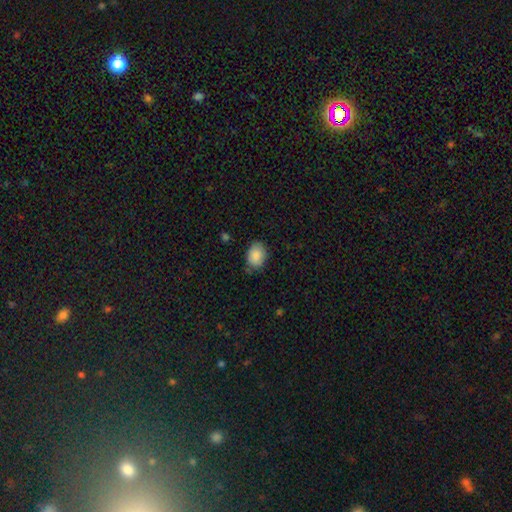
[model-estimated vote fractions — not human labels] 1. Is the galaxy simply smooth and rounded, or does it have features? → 88% smooth, 7% star or artifact, 6% featured or disk.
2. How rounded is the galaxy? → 74% in between, 25% round, 1% cigar-shaped.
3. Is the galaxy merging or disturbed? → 71% none, 23% minor disturbance, 4% major disturbance, 2% merger.